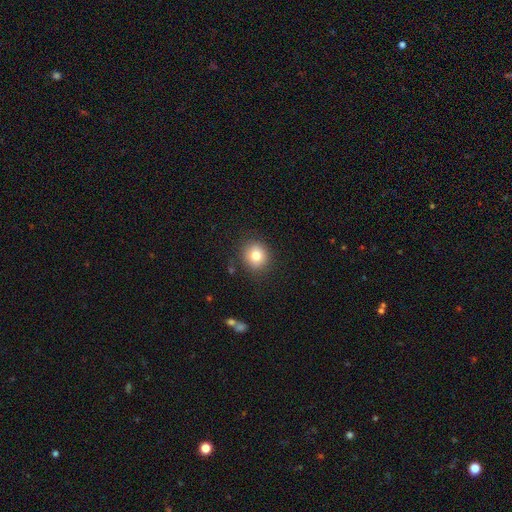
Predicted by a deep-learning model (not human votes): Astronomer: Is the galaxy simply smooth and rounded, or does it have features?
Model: smooth — 79%.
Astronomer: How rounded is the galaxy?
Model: round — 86%.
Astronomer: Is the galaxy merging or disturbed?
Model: none — 87%.